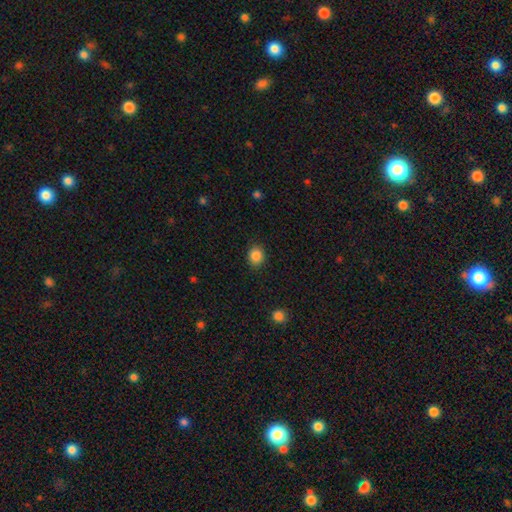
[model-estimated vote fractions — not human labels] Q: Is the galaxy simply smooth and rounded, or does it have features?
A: smooth — 86%.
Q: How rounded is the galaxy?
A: round — 70%.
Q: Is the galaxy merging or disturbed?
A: none — 88%.